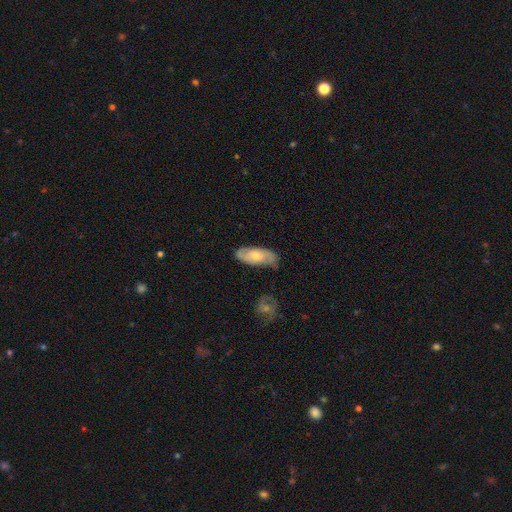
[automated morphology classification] Overall: smooth (48%; featured or disk 46%). Merging: none (69%).